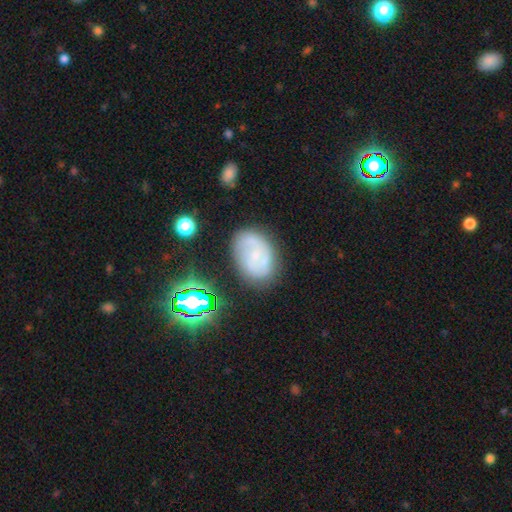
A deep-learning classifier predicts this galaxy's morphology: Smooth or featured: featured or disk — 58% (smooth — 29%)
Edge-on disk: no — 97% (yes — 3%)
Bar: no — 56% (weak — 36%)
Spiral arms: yes — 83% (no — 17%)
Bulge size: small — 73% (moderate — 15%)
Merging: none — 74% (minor disturbance — 17%)